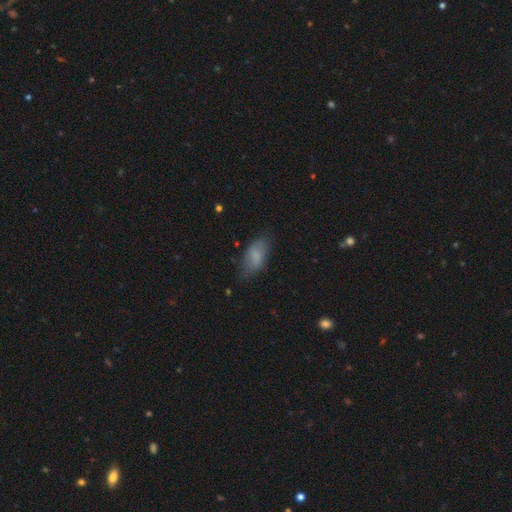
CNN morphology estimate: This is likely a smooth galaxy (77%). How rounded: clearly in between (88%). Merging: likely none (67%).